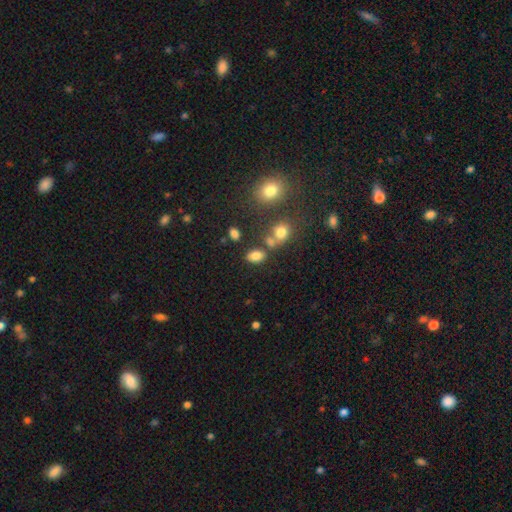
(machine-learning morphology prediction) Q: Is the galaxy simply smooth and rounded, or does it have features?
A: smooth — 80%.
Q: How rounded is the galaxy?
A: in between — 83%.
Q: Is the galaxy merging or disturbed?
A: none — 66%.